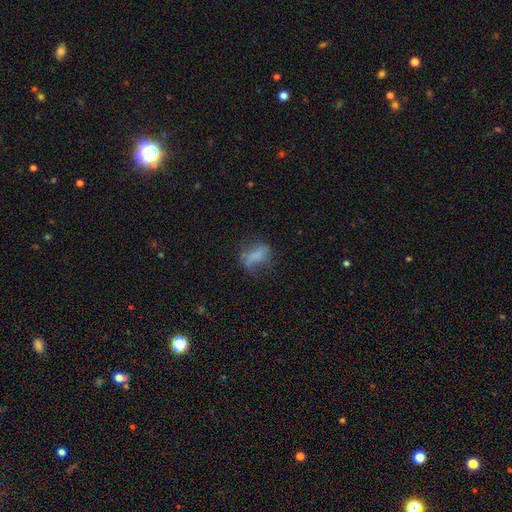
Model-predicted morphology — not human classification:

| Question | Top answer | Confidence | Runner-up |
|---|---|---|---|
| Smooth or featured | smooth | 59% | featured or disk (27%) |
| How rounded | in between | 79% | round (16%) |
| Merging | none | 41% | major disturbance (28%) |